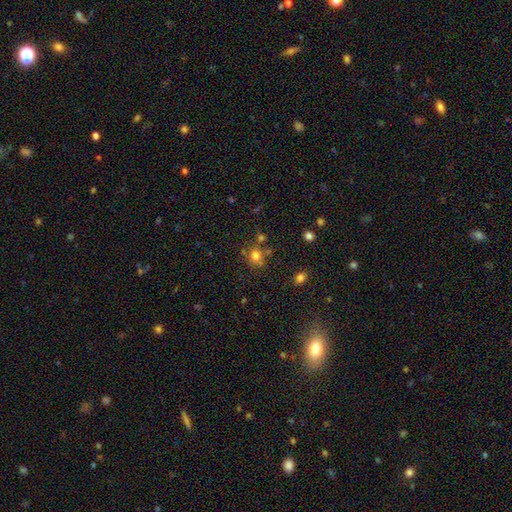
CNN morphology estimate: Smooth or featured: smooth — 74% (star or artifact — 17%)
How rounded: round — 74% (in between — 25%)
Merging: none — 61% (merger — 18%)